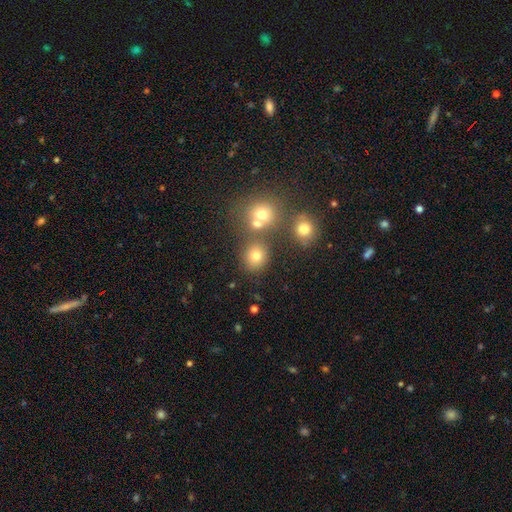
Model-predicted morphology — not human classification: The model was most divided on "smooth or featured": smooth: 74%, star or artifact: 18%, featured or disk: 8%. More confident: how rounded — round (81%); merging — none (73%).